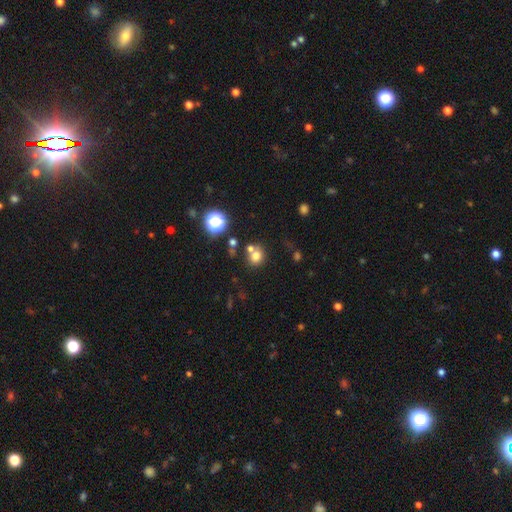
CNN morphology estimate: Smooth or featured? Predicted: smooth (p=0.73). How rounded? Predicted: round (p=0.79). Merging? Predicted: none (p=0.60).